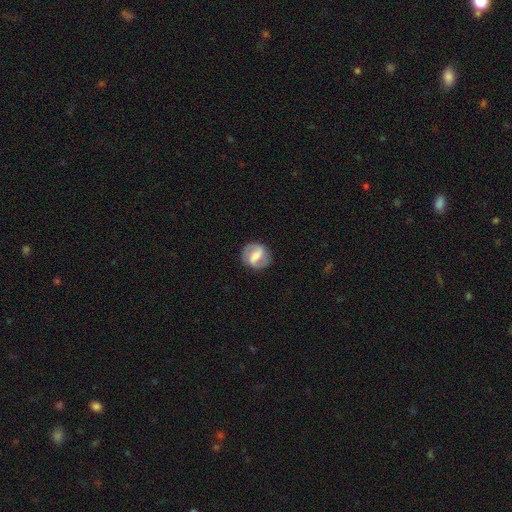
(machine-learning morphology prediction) Smooth or featured? Predicted: featured or disk (p=0.67). Edge-on disk? Predicted: no (p=0.96). Bar? Predicted: strong (p=0.57). Spiral arms? Predicted: yes (p=0.81). Spiral winding? Predicted: medium (p=0.43). Spiral arm count? Predicted: 2 (p=0.87). Bulge size? Predicted: moderate (p=0.32). Merging? Predicted: none (p=0.83).